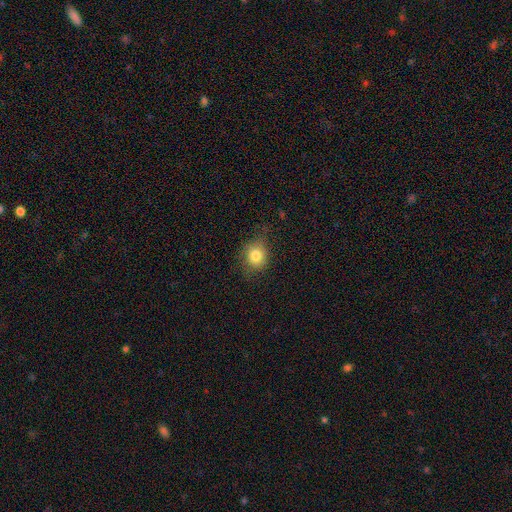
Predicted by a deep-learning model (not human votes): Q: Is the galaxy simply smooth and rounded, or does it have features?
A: smooth — 80%.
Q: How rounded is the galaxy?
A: round — 68%.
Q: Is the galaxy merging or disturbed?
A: none — 71%.